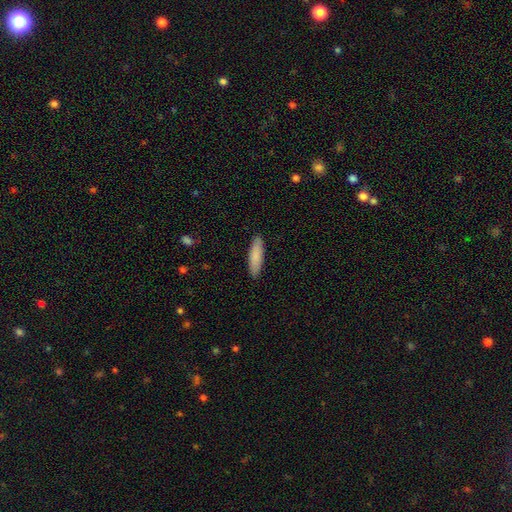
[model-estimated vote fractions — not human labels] Smooth or featured: smooth — 86% (featured or disk — 9%)
How rounded: cigar-shaped — 64% (in between — 35%)
Merging: none — 89% (minor disturbance — 8%)